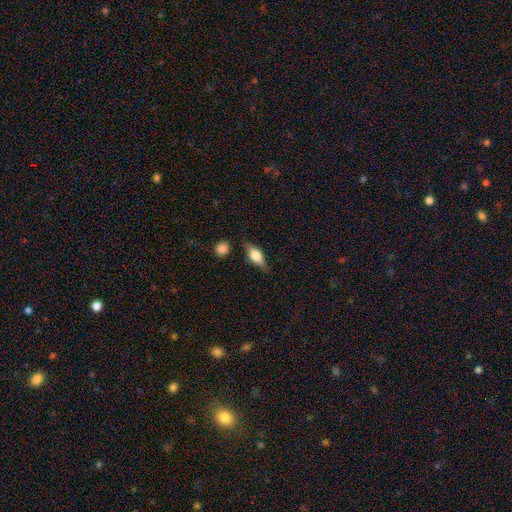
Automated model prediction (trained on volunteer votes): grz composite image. It shows a featured or disk galaxy (49%). Merging: none (76%).